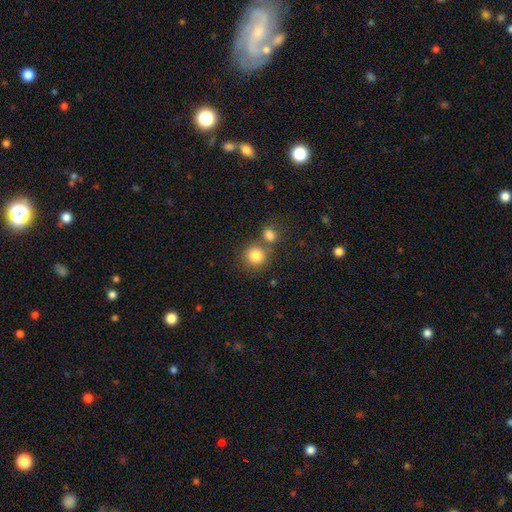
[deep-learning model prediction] Morphology: type=smooth (82%); roundness=round (90%); merging=none (62%).